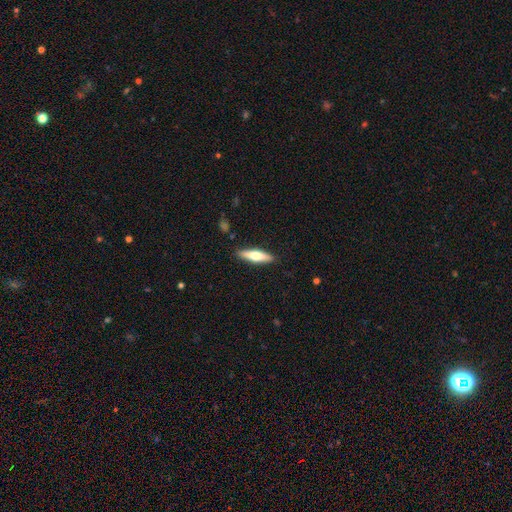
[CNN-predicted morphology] Smooth or featured?
  - smooth: 54% *
  - featured or disk: 40%
  - star or artifact: 5%
How rounded?
  - cigar-shaped: 68% *
  - in between: 30%
  - round: 2%
Merging?
  - none: 88% *
  - minor disturbance: 9%
  - major disturbance: 2%
  - merger: 1%